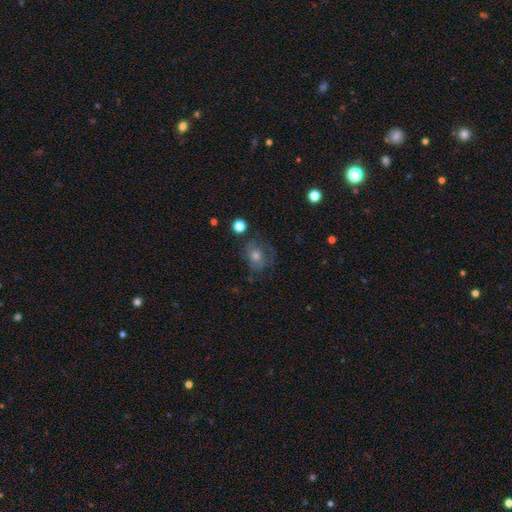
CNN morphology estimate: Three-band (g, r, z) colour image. It shows a smooth galaxy with no disk features (40%, tied with featured or disk). Merging: none (63%).